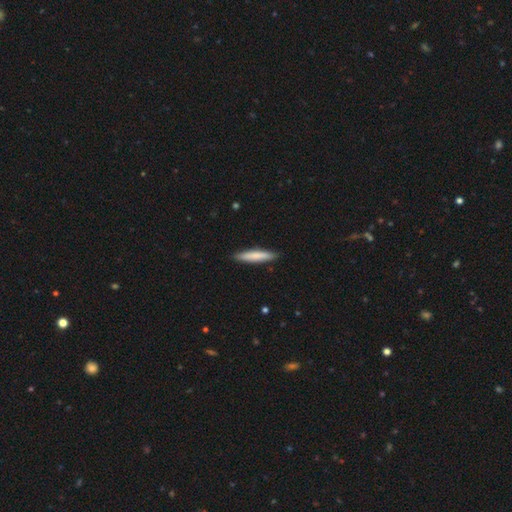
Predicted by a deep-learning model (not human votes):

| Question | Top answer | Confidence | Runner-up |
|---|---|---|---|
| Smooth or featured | smooth | 78% | featured or disk (17%) |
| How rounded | cigar-shaped | 90% | in between (8%) |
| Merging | none | 90% | minor disturbance (7%) |